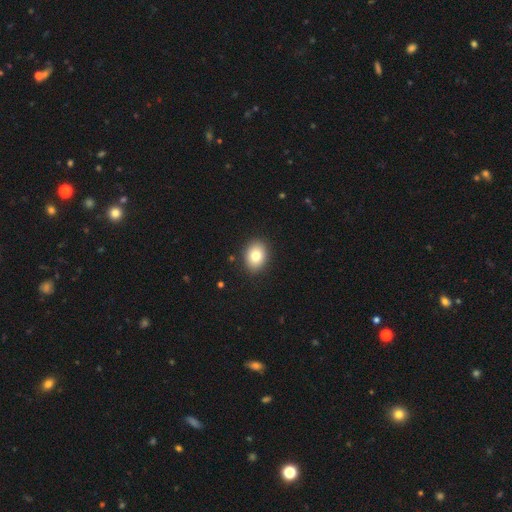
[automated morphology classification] This appears to be a smooth galaxy with no disk features (81%) that is in between round and cigar-shaped (62%). Merging: none (89%).